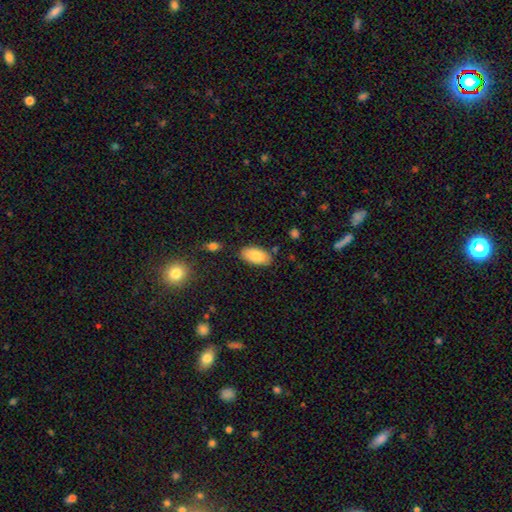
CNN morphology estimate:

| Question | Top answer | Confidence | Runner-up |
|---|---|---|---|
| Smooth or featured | smooth | 82% | featured or disk (11%) |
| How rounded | in between | 94% | cigar-shaped (3%) |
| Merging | none | 84% | minor disturbance (11%) |